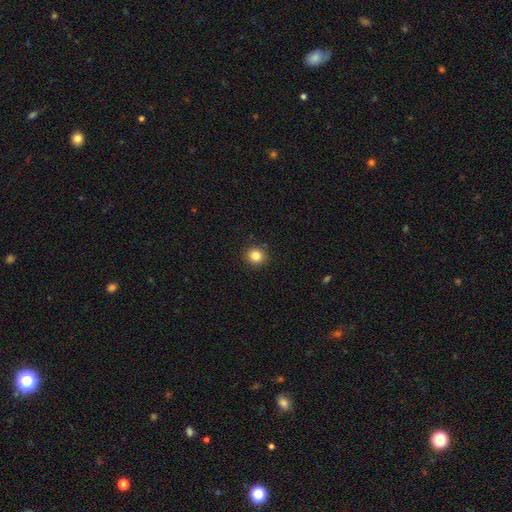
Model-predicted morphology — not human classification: type=smooth (84%); roundness=round (88%); merging=none (91%).